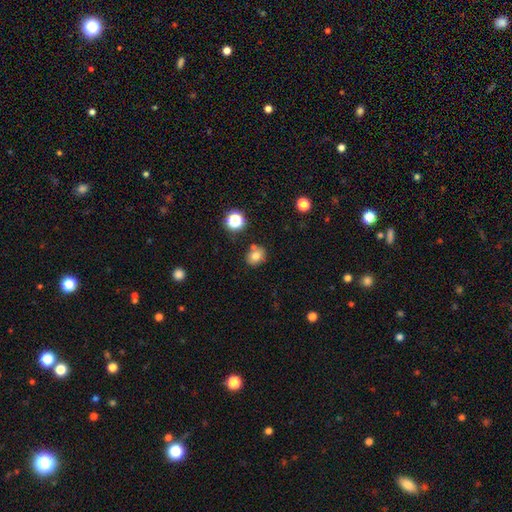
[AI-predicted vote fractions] Overall: smooth (75%). How rounded: round (62%; in between 37%). Merging: none (72%).